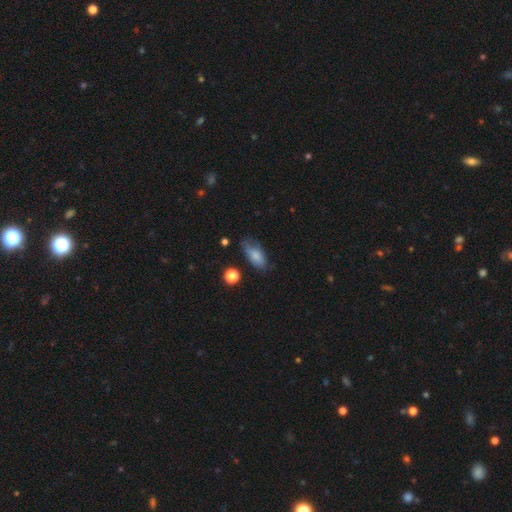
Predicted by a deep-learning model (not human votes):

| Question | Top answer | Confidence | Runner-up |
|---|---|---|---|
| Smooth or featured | smooth | 78% | featured or disk (14%) |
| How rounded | in between | 86% | cigar-shaped (9%) |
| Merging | none | 57% | minor disturbance (31%) |